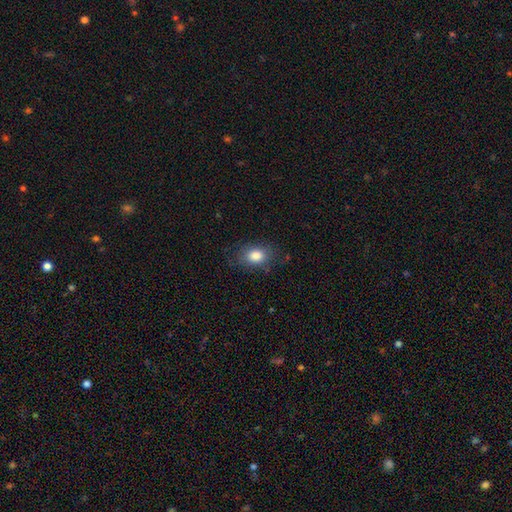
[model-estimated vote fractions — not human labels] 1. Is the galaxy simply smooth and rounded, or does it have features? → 84% smooth, 8% star or artifact, 8% featured or disk.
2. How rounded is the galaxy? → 75% in between, 23% round, 1% cigar-shaped.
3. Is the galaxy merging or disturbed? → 77% none, 16% minor disturbance, 6% major disturbance, 1% merger.